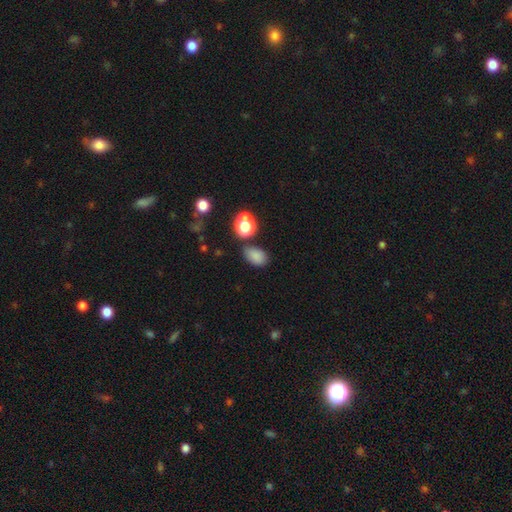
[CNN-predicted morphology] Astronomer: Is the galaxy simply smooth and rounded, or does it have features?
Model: smooth — 79%.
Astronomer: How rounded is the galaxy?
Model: in between — 82%.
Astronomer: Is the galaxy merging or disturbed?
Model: none — 73%.